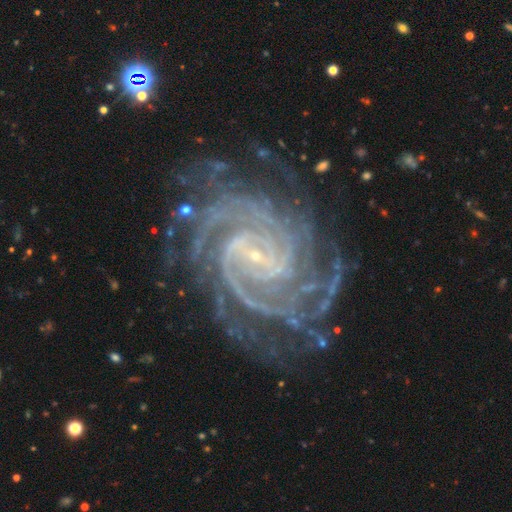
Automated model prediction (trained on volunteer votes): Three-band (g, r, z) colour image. It shows a featured or disk galaxy (93%) with a weak bar (39%), 4 (23%) tight (78%) spiral arms (99%) and a small central bulge (88%). Merging: none (77%).